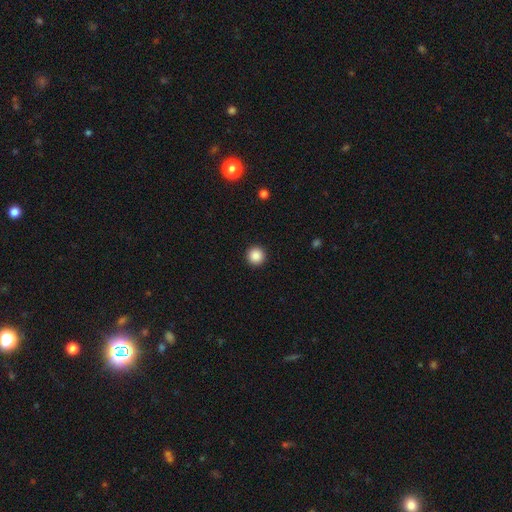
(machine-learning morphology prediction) Smooth or featured? Predicted: smooth (p=0.88). How rounded? Predicted: round (p=0.96). Merging? Predicted: none (p=0.93).